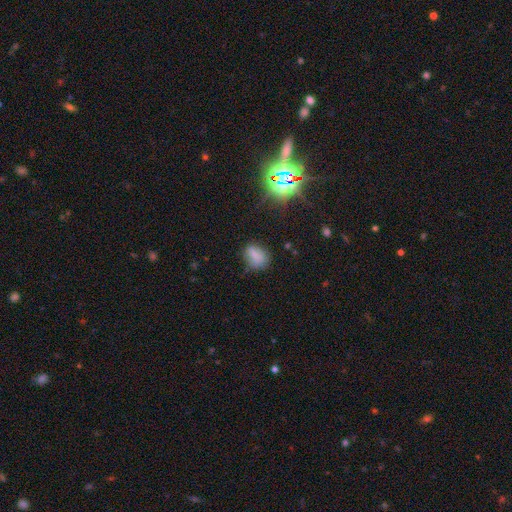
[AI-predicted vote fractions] Q: Smooth or featured?
A: smooth (71%); runner-up: star or artifact (17%)
Q: How rounded?
A: in between (69%); runner-up: round (28%)
Q: Merging?
A: none (63%); runner-up: minor disturbance (25%)